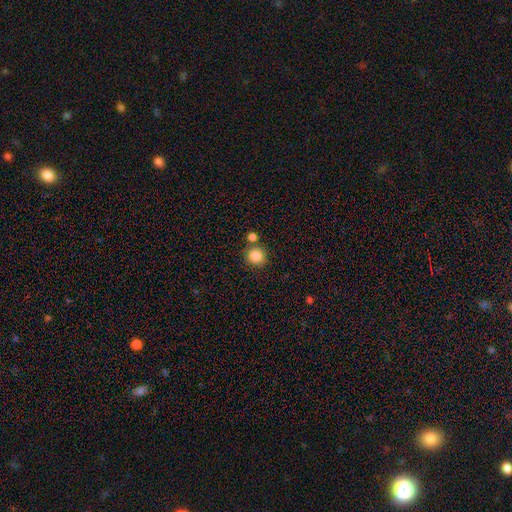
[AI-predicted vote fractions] This appears to be a smooth galaxy with no disk features (85%) that is round (93%). Merging: none (79%).